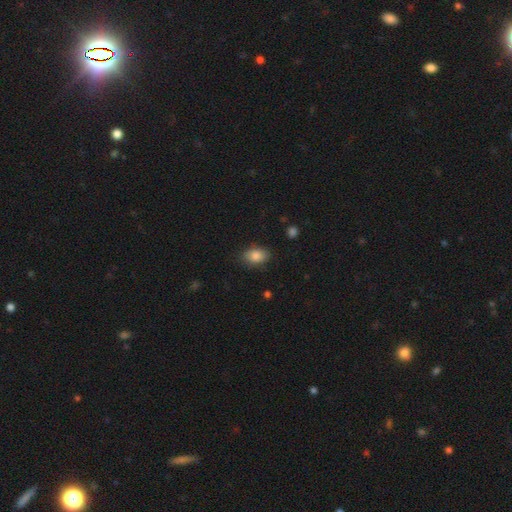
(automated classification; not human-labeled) The model was most divided on "how rounded": in between: 80%, round: 19%, cigar-shaped: 1%. More confident: smooth or featured — smooth (85%); merging — none (81%).